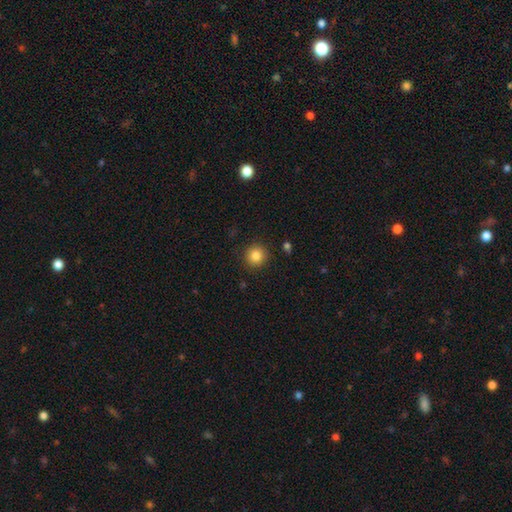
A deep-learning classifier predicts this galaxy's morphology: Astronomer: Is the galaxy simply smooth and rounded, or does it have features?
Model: smooth — 84%.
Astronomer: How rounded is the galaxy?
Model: round — 93%.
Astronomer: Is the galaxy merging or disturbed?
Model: none — 90%.